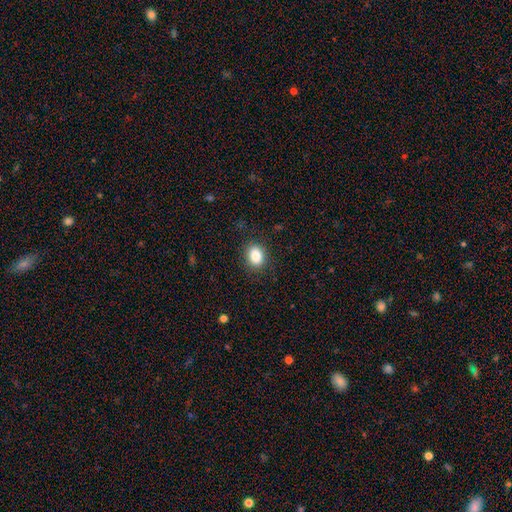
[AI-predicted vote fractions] This appears to be a smooth galaxy with no disk features (86%) that is in between round and cigar-shaped (58%). Merging: none (87%).